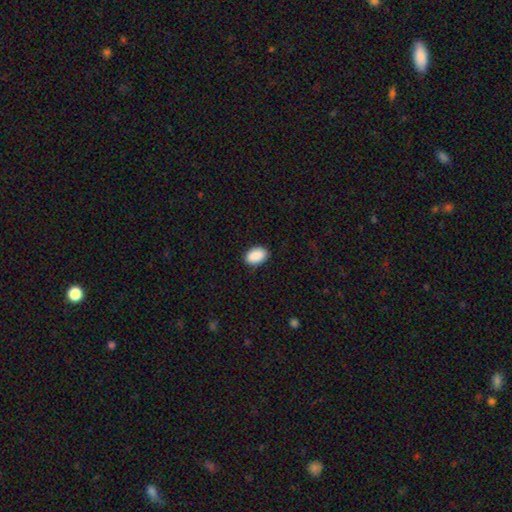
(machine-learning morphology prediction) Q: Smooth or featured?
A: smooth (91%); runner-up: star or artifact (7%)
Q: How rounded?
A: in between (86%); runner-up: round (13%)
Q: Merging?
A: none (88%); runner-up: minor disturbance (9%)